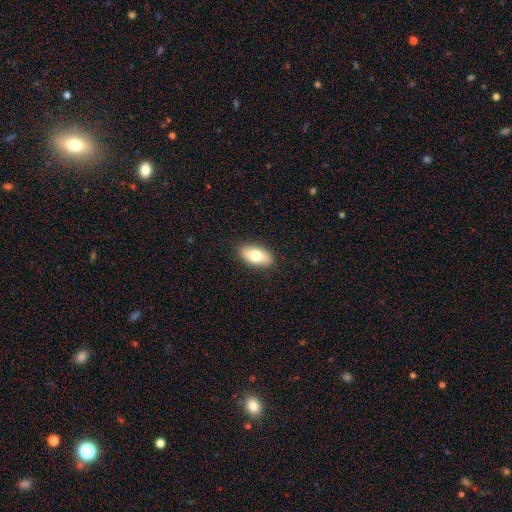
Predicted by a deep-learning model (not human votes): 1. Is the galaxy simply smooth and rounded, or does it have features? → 73% smooth, 21% featured or disk, 7% star or artifact.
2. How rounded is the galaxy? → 90% in between, 6% cigar-shaped, 4% round.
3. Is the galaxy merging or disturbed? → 88% none, 9% minor disturbance, 2% major disturbance, 1% merger.